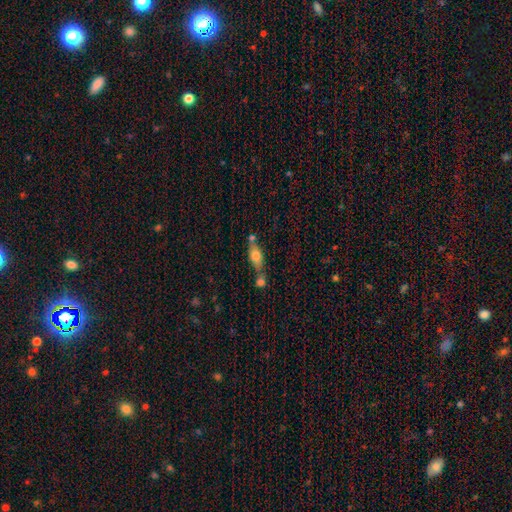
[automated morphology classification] smooth 68%, featured or disk 24%, star or artifact 8%. Down the decision tree: how rounded — in between (72%); merging — none (45%).